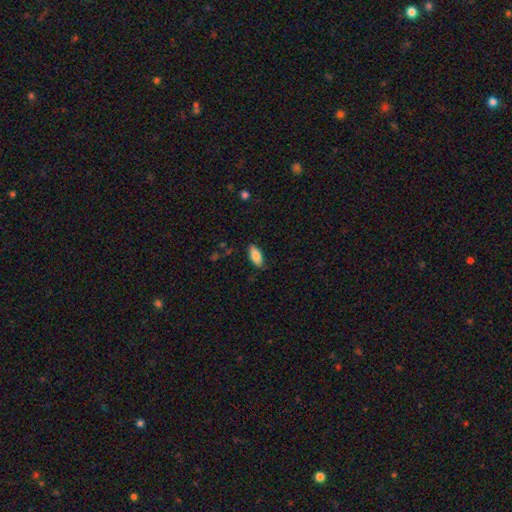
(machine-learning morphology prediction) Overall: smooth (81%). How rounded: in between (88%). Merging: none (85%).